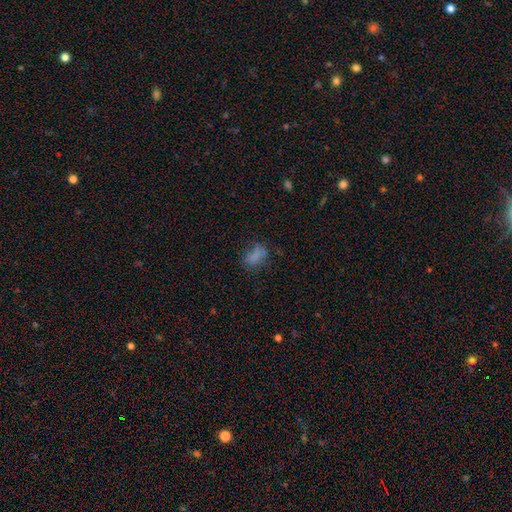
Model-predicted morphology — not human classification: This appears to be a smooth galaxy with no disk features (72%) that is in between round and cigar-shaped (83%). Merging: none (59%).